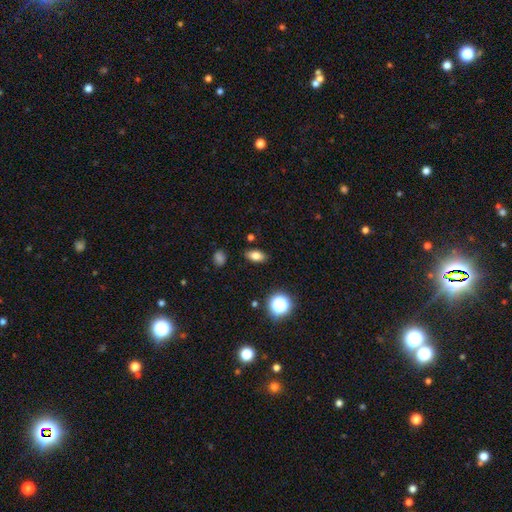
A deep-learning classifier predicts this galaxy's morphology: type=smooth (77%); roundness=in between (84%); merging=none (88%).